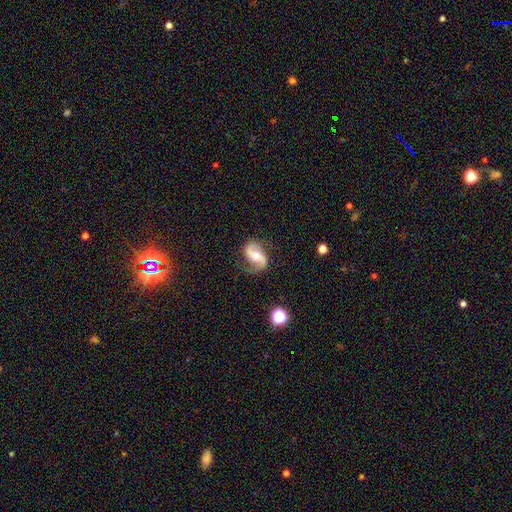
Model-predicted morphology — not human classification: Smooth or featured: featured or disk — 83% (smooth — 11%)
Edge-on disk: no — 97% (yes — 3%)
Bar: no — 41% (weak — 35%)
Spiral arms: yes — 95% (no — 5%)
Spiral winding: loose — 57% (medium — 33%)
Spiral arm count: 2 — 92% (1 — 3%)
Bulge size: moderate — 70% (small — 22%)
Merging: none — 79% (minor disturbance — 14%)